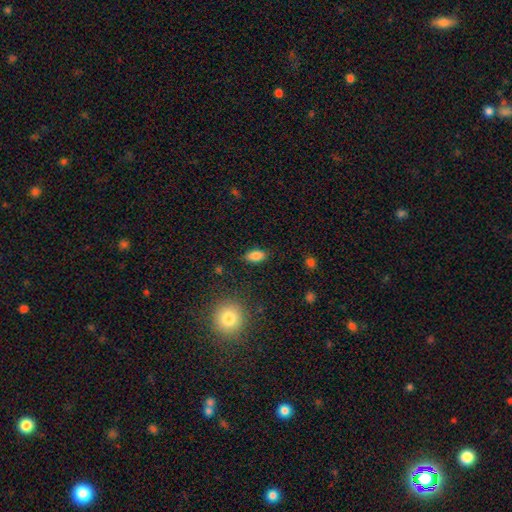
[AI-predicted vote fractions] A smooth galaxy with no disk features (85%) that is in between round and cigar-shaped (91%). Merging: none (85%).